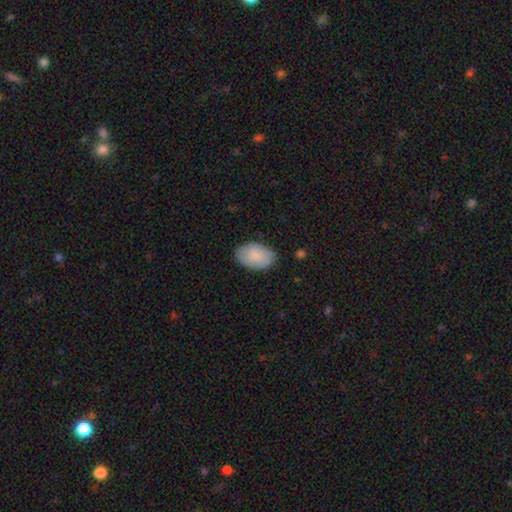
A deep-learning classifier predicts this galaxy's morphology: type=smooth (84%); roundness=in between (91%); merging=none (81%).